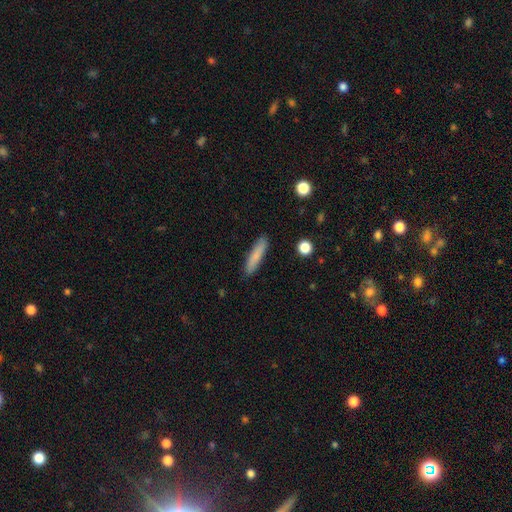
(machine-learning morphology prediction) This is likely a smooth galaxy (80%). How rounded: clearly cigar-shaped (86%). Merging: clearly none (89%).